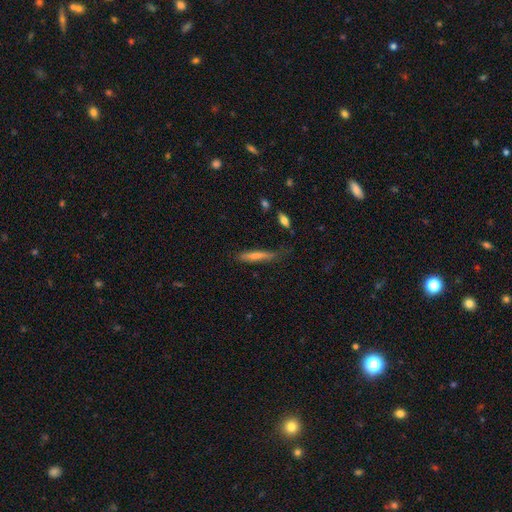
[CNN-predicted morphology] This appears to be a smooth galaxy with no disk features (58%) that is cigar-shaped (92%). Merging: none (74%).